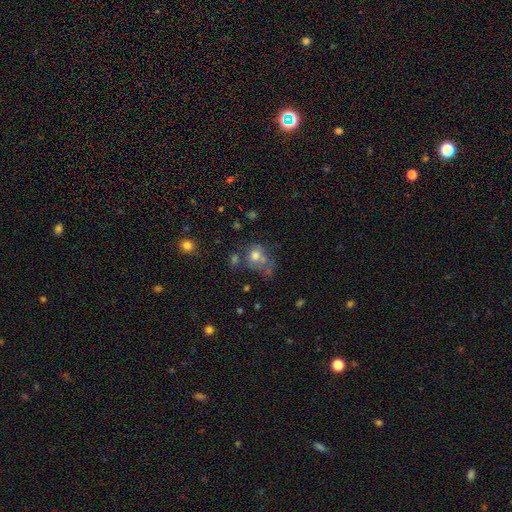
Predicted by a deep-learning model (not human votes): Morphology: type=smooth (69%); roundness=round (64%); merging=none (36%).